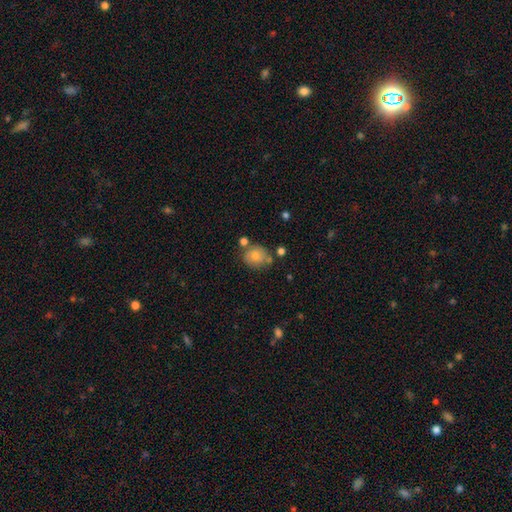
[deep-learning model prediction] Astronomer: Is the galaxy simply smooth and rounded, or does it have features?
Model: smooth — 74%.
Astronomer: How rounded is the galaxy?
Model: round — 79%.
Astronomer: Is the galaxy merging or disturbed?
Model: none — 65%.